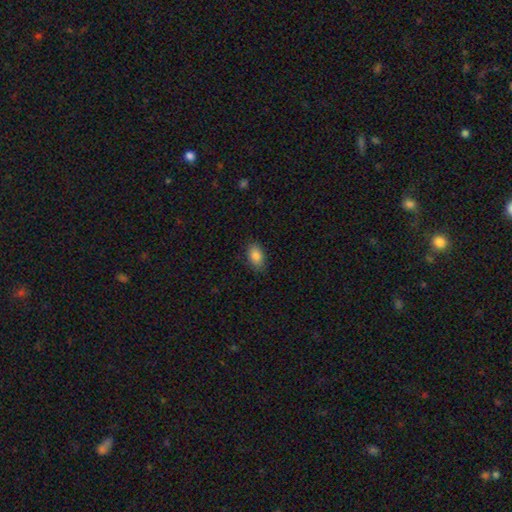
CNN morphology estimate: A smooth galaxy with no disk features (87%) that is in between round and cigar-shaped (90%).

Vote fractions:
- Smooth or featured? smooth: 87% / star or artifact: 8% / featured or disk: 5%
- How rounded? in between: 90% / round: 8% / cigar-shaped: 2%
- Merging? none: 83% / minor disturbance: 13% / major disturbance: 3% / merger: 1%